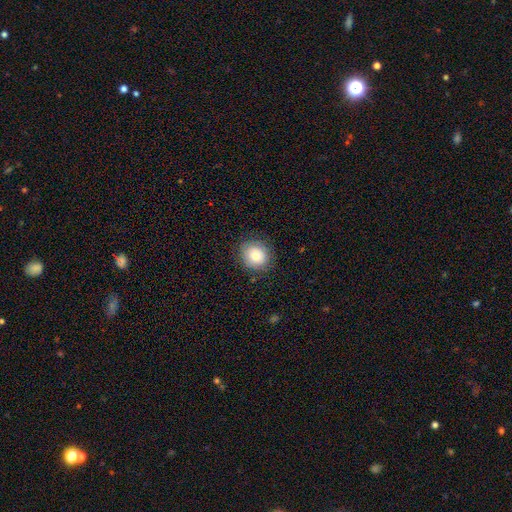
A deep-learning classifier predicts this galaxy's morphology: Smooth or featured?
  - smooth: 79% *
  - featured or disk: 12%
  - star or artifact: 9%
How rounded?
  - round: 80% *
  - in between: 20%
  - cigar-shaped: 1%
Merging?
  - none: 85% *
  - minor disturbance: 11%
  - major disturbance: 3%
  - merger: 1%